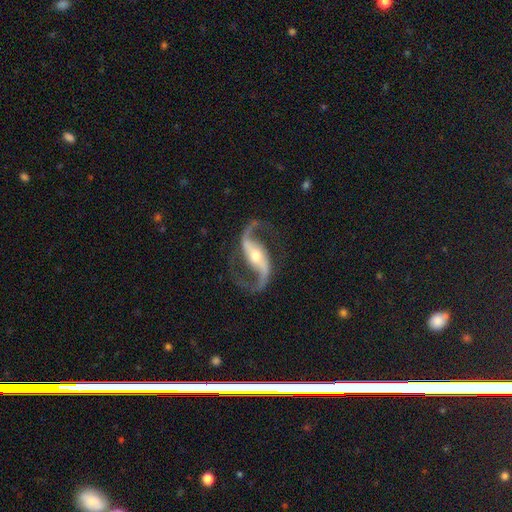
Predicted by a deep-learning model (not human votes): Q: Smooth or featured?
A: featured or disk (94%); runner-up: star or artifact (4%)
Q: Edge-on disk?
A: no (97%); runner-up: yes (3%)
Q: Bar?
A: strong (53%); runner-up: weak (29%)
Q: Spiral arms?
A: yes (98%); runner-up: no (2%)
Q: Spiral winding?
A: loose (57%); runner-up: medium (37%)
Q: Spiral arm count?
A: 2 (95%); runner-up: 1 (1%)
Q: Bulge size?
A: moderate (55%); runner-up: small (38%)
Q: Merging?
A: none (82%); runner-up: minor disturbance (10%)